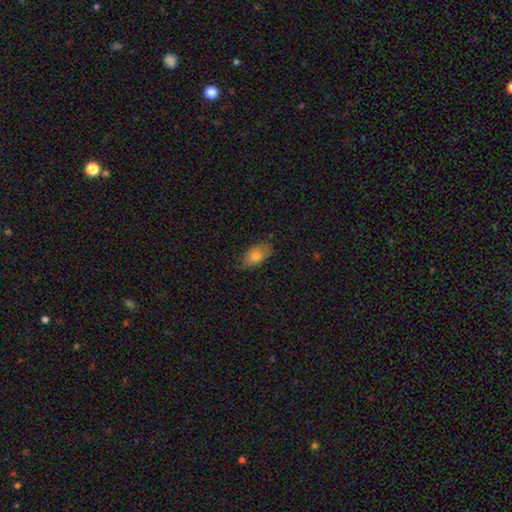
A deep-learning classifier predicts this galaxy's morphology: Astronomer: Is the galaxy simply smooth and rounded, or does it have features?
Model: smooth — 79%.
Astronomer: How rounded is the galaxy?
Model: in between — 90%.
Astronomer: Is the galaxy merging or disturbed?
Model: none — 77%.